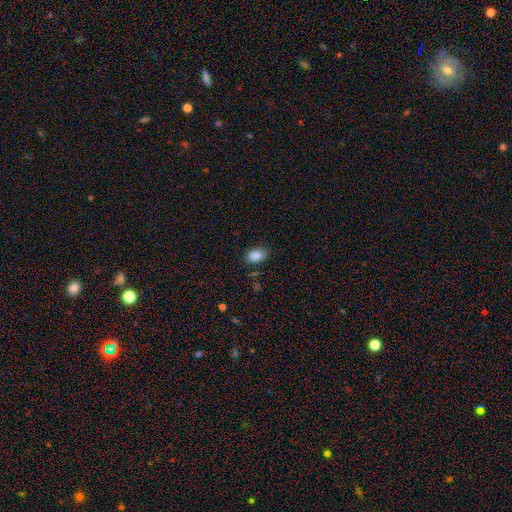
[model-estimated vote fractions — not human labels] A smooth galaxy with no disk features (87%) that is in between round and cigar-shaped (86%). Merging: none (83%).